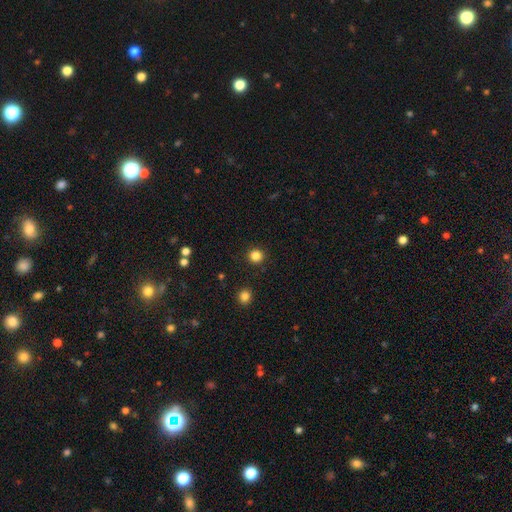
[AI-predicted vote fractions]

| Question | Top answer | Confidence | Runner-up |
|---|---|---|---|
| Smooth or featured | smooth | 84% | star or artifact (13%) |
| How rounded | round | 93% | in between (6%) |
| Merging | none | 92% | minor disturbance (5%) |